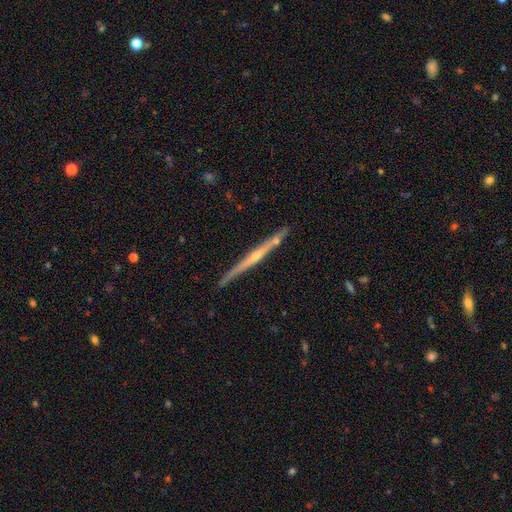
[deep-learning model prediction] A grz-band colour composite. It shows a featured or disk galaxy (75%) viewed edge-on (98%) with a rounded central bulge (61%). Merging: none (81%).